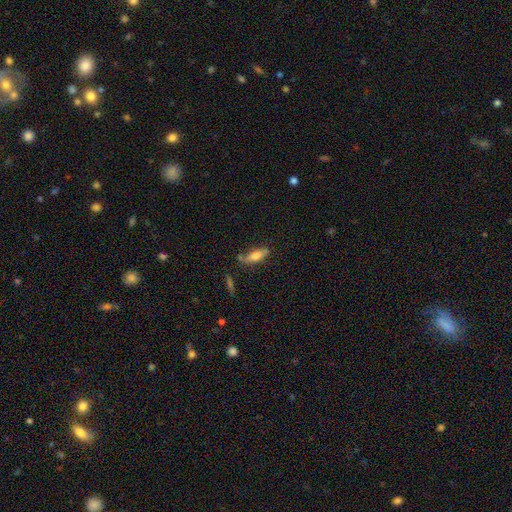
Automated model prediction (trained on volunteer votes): Smooth or featured?
  - smooth: 68% *
  - featured or disk: 25%
  - star or artifact: 7%
How rounded?
  - in between: 52% *
  - cigar-shaped: 46%
  - round: 2%
Merging?
  - none: 62% *
  - minor disturbance: 23%
  - merger: 8%
  - major disturbance: 6%